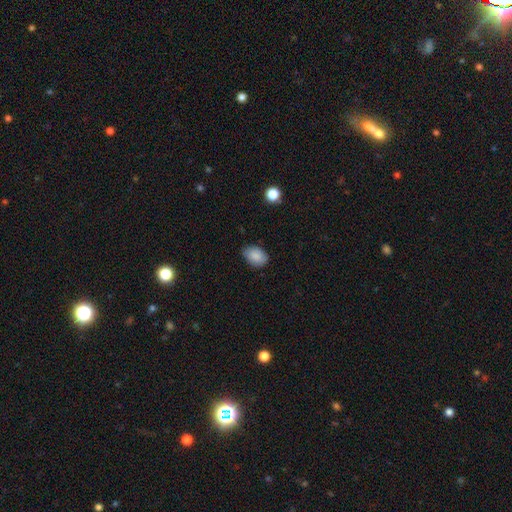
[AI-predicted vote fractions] smooth 87%, star or artifact 8%, featured or disk 5%. Down the decision tree: how rounded — in between (83%); merging — none (78%).